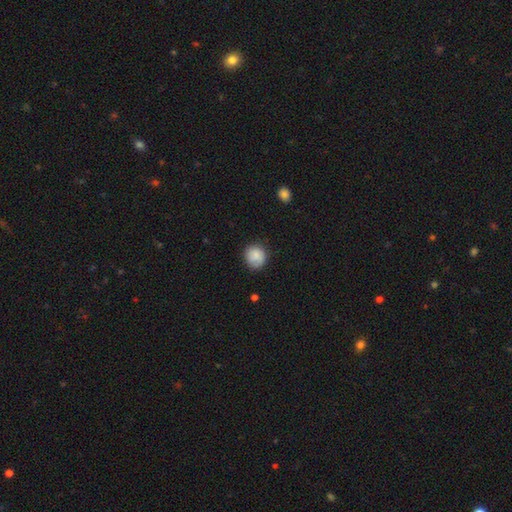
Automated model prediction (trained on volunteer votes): Smooth or featured? smooth (82%)
How rounded? round (86%)
Merging? none (75%)